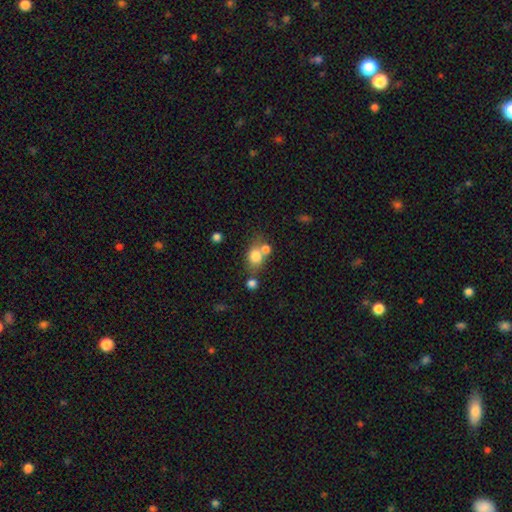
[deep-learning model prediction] This is likely a smooth galaxy (77%). How rounded: possibly round (53%). Merging: possibly none (46%).